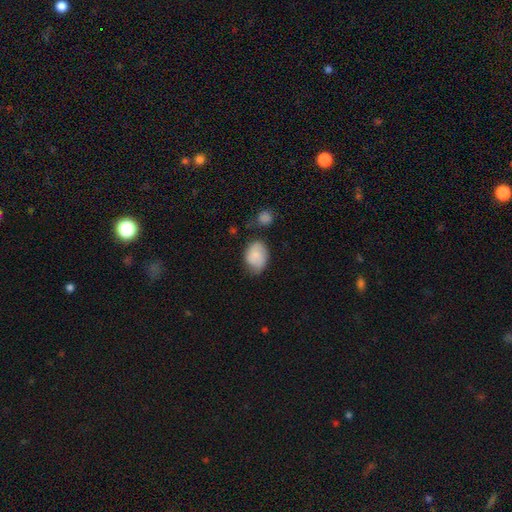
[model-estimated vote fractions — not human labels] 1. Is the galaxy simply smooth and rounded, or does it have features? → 77% smooth, 16% featured or disk, 7% star or artifact.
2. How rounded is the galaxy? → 76% in between, 23% round, 1% cigar-shaped.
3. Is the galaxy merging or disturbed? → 54% none, 30% minor disturbance, 9% major disturbance, 7% merger.